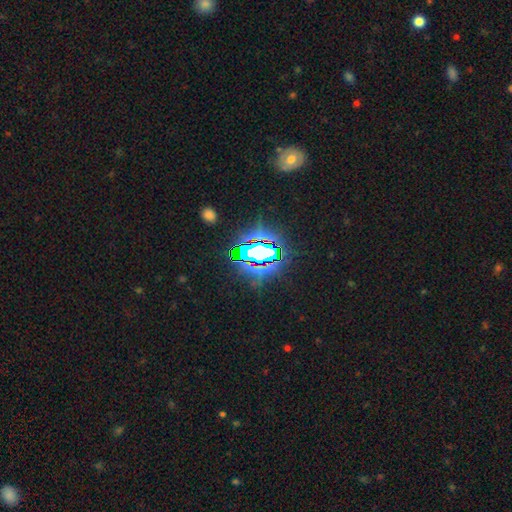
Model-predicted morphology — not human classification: A star or artifact, not a galaxy (81%).

Vote fractions:
- Smooth or featured? star or artifact: 81% / smooth: 12% / featured or disk: 7%